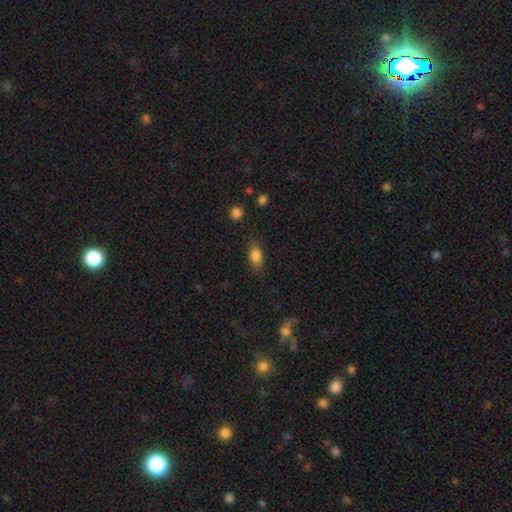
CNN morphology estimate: A smooth galaxy with no disk features (82%) that is in between round and cigar-shaped (82%). Merging: none (77%).